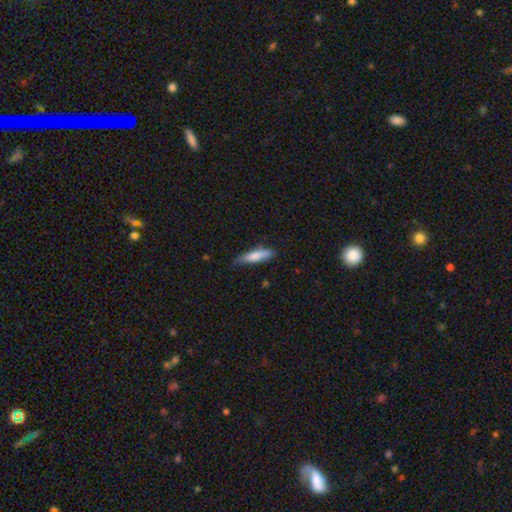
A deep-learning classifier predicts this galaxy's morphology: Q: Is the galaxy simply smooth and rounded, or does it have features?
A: smooth — 76%.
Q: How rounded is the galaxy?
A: cigar-shaped — 76%.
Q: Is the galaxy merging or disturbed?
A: none — 67%.